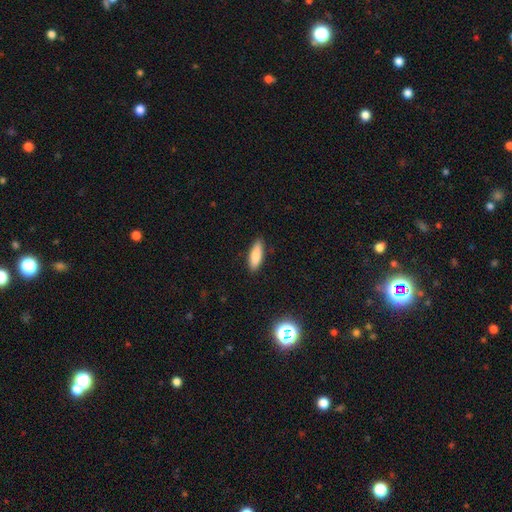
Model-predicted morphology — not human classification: Smooth or featured? smooth (83%)
How rounded? in between (57%)
Merging? none (88%)